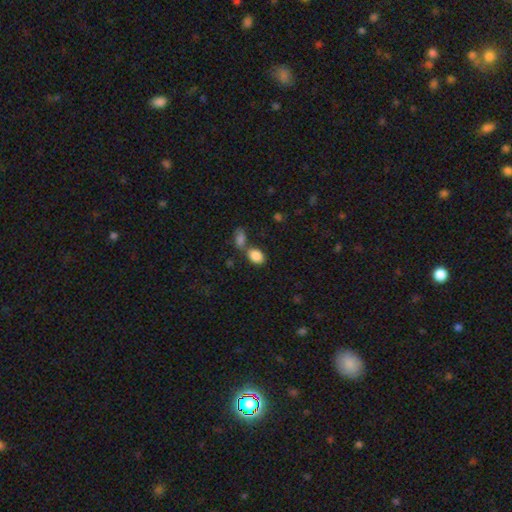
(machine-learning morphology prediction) smooth-or-featured: smooth: 86% | star or artifact: 9% | featured or disk: 5%
  how-rounded: in between: 79% | round: 19% | cigar-shaped: 2%
  merging: none: 51% | merger: 34% | minor disturbance: 11% | major disturbance: 4%